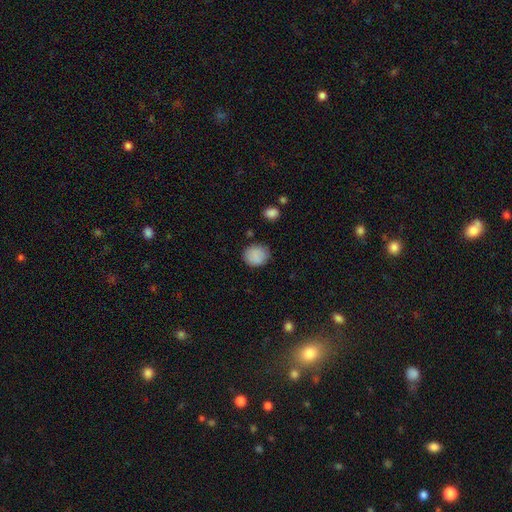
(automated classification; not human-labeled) The model was most divided on "how rounded": round: 75%, in between: 25%, cigar-shaped: 1%. More confident: smooth or featured — smooth (87%); merging — none (81%).